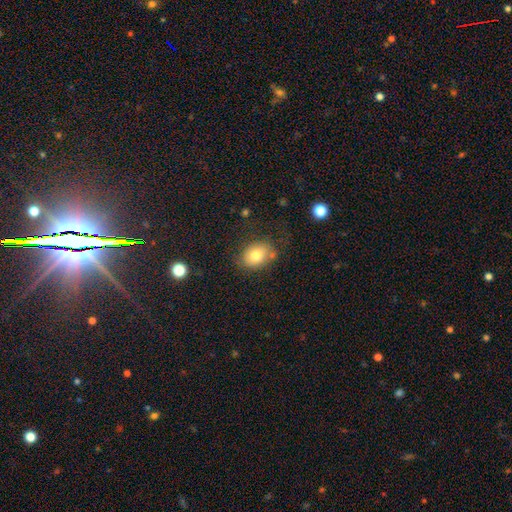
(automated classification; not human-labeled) This is likely a smooth galaxy (78%). How rounded: likely in between (66%). Merging: likely none (71%).